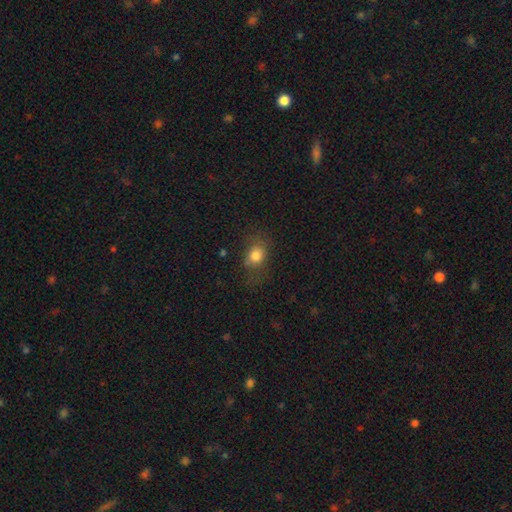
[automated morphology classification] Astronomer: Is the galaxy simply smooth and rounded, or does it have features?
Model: smooth — 80%.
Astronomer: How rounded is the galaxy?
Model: in between — 53% (runner-up: round, 45%).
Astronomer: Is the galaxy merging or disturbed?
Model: none — 64%.